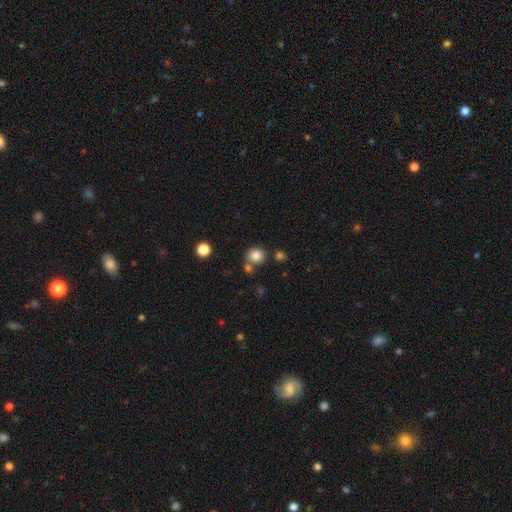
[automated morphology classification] smooth 83%, star or artifact 11%, featured or disk 5%. Down the decision tree: how rounded — round (83%); merging — none (69%).